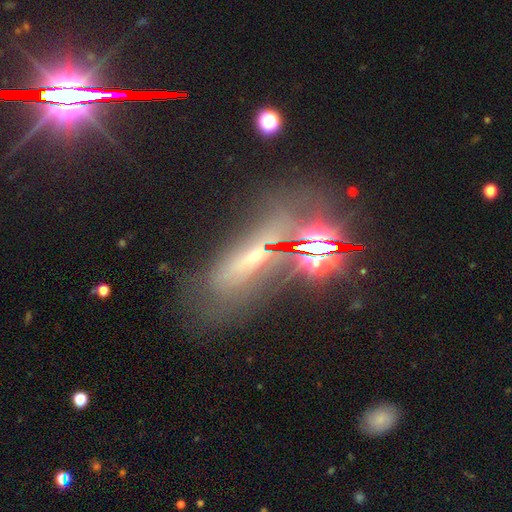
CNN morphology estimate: The model was most divided on "smooth or featured": star or artifact: 39%, featured or disk: 32%, smooth: 29%.